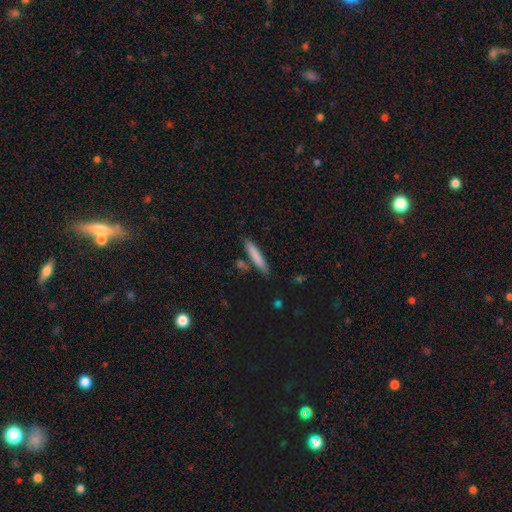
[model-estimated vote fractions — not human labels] Morphology: type=smooth (79%); roundness=cigar-shaped (92%); merging=none (83%).